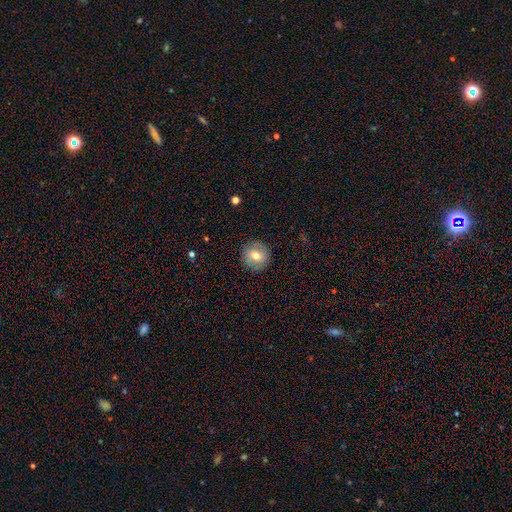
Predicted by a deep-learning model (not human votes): Smooth or featured: smooth — 67% (featured or disk — 24%)
How rounded: round — 92% (in between — 7%)
Merging: none — 88% (minor disturbance — 8%)